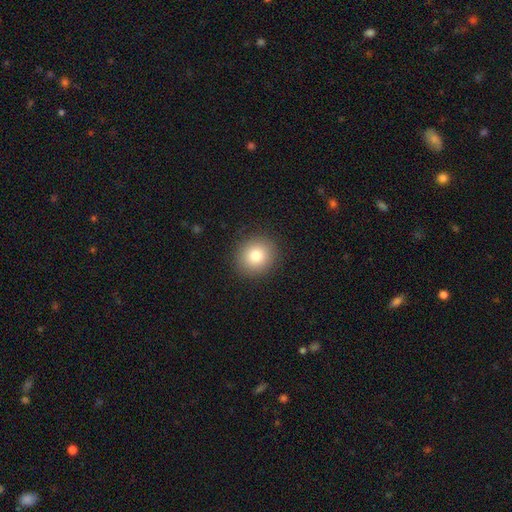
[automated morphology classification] Smooth or featured? Predicted: smooth (p=0.81). How rounded? Predicted: round (p=0.86). Merging? Predicted: none (p=0.90).